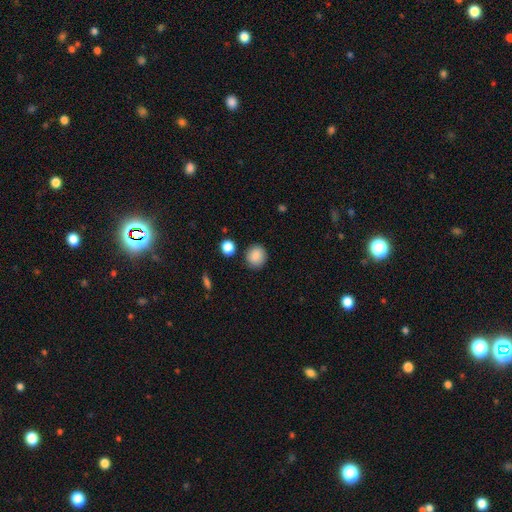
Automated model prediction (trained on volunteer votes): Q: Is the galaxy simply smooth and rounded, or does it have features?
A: smooth — 86%.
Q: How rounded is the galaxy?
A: round — 84%.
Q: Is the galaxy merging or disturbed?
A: none — 84%.